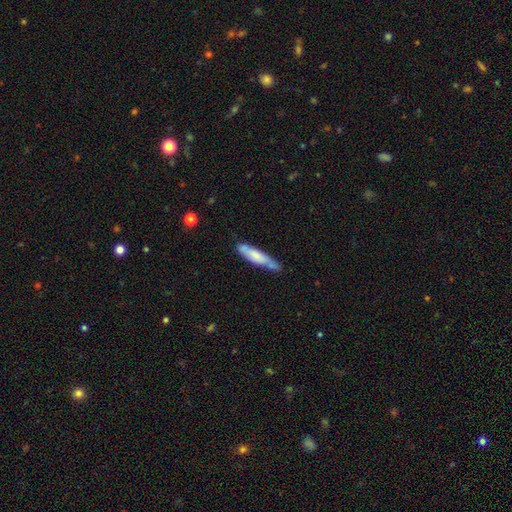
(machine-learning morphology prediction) Overall: smooth (61%; featured or disk 33%). How rounded: cigar-shaped (79%). Merging: none (59%; minor disturbance 26%).